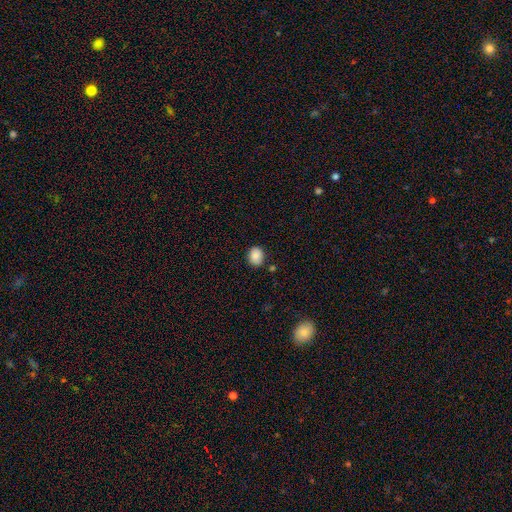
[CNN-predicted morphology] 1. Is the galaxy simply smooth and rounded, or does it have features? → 87% smooth, 8% star or artifact, 5% featured or disk.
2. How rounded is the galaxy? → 53% round, 46% in between, 1% cigar-shaped.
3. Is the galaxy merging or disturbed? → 83% none, 11% minor disturbance, 3% merger, 2% major disturbance.